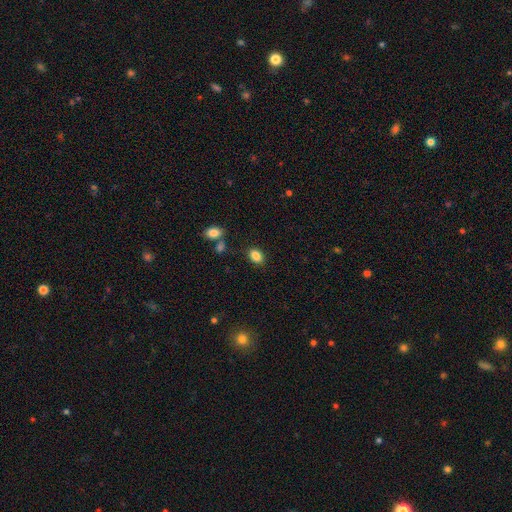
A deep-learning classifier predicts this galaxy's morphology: Overall: smooth (86%). How rounded: in between (81%). Merging: none (83%).